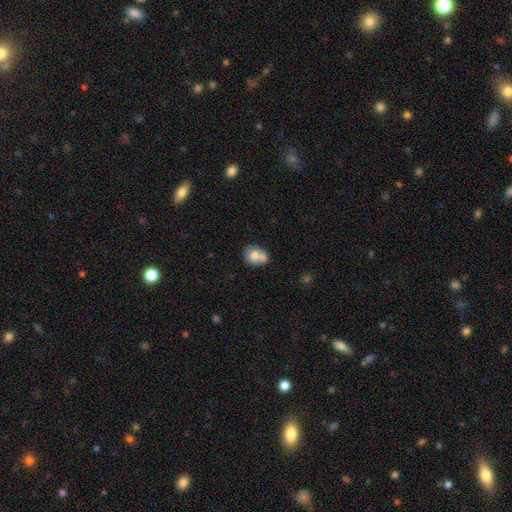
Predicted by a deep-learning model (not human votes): A smooth galaxy with no disk features (68%) that is round (57%).

Vote fractions:
- Smooth or featured? smooth: 68% / featured or disk: 24% / star or artifact: 8%
- How rounded? round: 57% / in between: 42% / cigar-shaped: 1%
- Merging? none: 43% / merger: 37% / minor disturbance: 15% / major disturbance: 5%